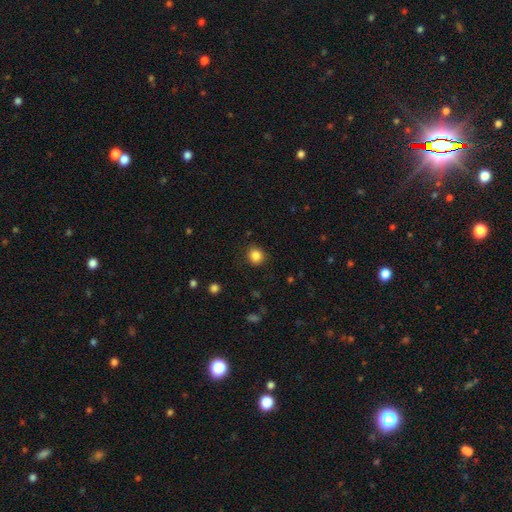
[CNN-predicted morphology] Smooth or featured: smooth — 85% (star or artifact — 11%)
How rounded: round — 86% (in between — 13%)
Merging: none — 88% (minor disturbance — 8%)